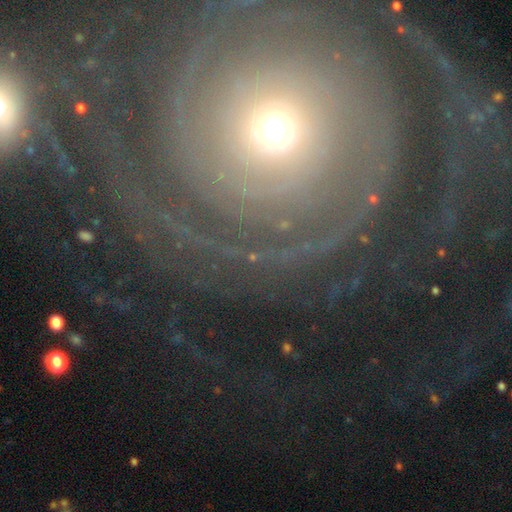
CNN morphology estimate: Q: Smooth or featured?
A: featured or disk (75%); runner-up: star or artifact (13%)
Q: Edge-on disk?
A: no (96%); runner-up: yes (4%)
Q: Bar?
A: no (80%); runner-up: weak (13%)
Q: Spiral arms?
A: yes (86%); runner-up: no (14%)
Q: Spiral winding?
A: tight (70%); runner-up: medium (20%)
Q: Spiral arm count?
A: can't tell (29%); runner-up: 2 (27%)
Q: Bulge size?
A: small (49%); runner-up: moderate (41%)
Q: Merging?
A: none (71%); runner-up: major disturbance (14%)